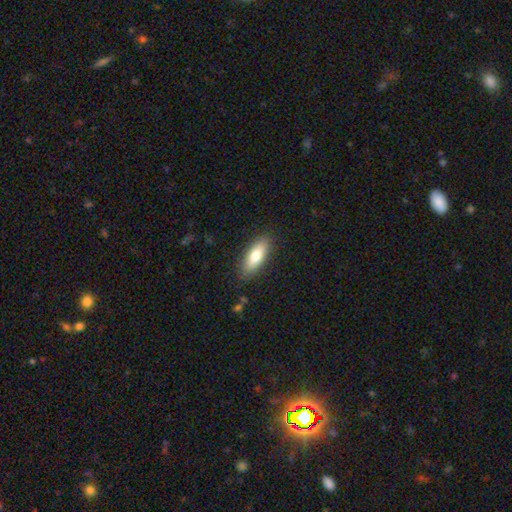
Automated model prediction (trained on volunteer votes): Smooth or featured? Predicted: smooth (p=0.78). How rounded? Predicted: in between (p=0.70). Merging? Predicted: none (p=0.85).